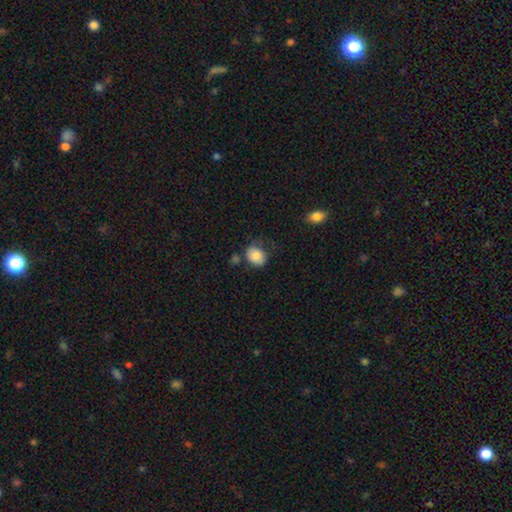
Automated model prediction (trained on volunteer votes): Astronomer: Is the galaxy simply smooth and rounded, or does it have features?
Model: smooth — 81%.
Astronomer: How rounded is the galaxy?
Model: round — 53% (runner-up: in between, 46%).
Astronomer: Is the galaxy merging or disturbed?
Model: none — 54%.